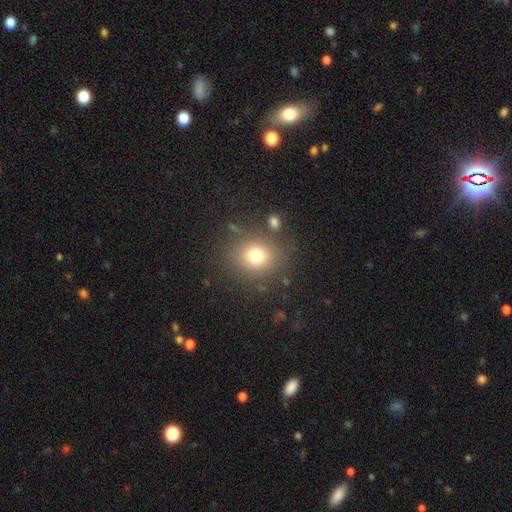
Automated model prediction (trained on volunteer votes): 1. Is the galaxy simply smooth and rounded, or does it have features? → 75% smooth, 15% star or artifact, 10% featured or disk.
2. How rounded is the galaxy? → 80% round, 19% in between, 1% cigar-shaped.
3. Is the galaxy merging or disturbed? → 82% none, 9% minor disturbance, 5% major disturbance, 4% merger.